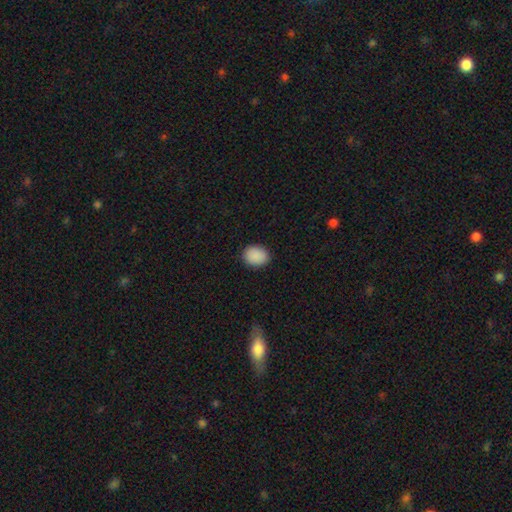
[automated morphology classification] type=smooth (89%); roundness=in between (51%); merging=none (89%).